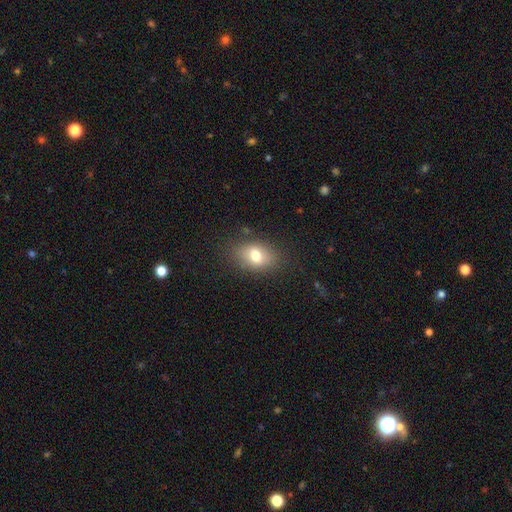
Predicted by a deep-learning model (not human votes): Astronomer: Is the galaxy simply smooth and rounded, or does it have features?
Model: smooth — 74%.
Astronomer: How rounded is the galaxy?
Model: in between — 76%.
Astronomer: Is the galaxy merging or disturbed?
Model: none — 80%.